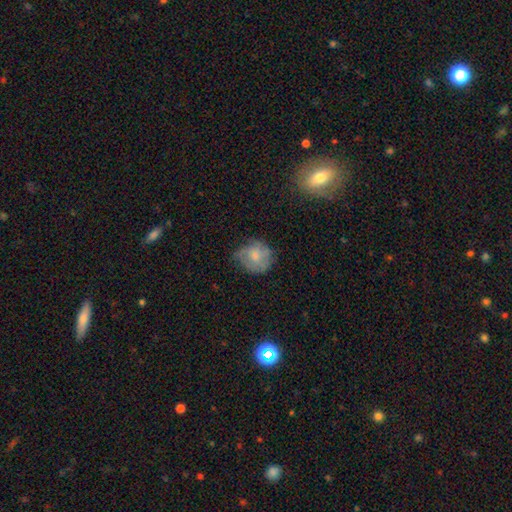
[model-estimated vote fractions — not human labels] This appears to be a smooth galaxy with no disk features (57%) that is round (82%). Merging: none (57%).